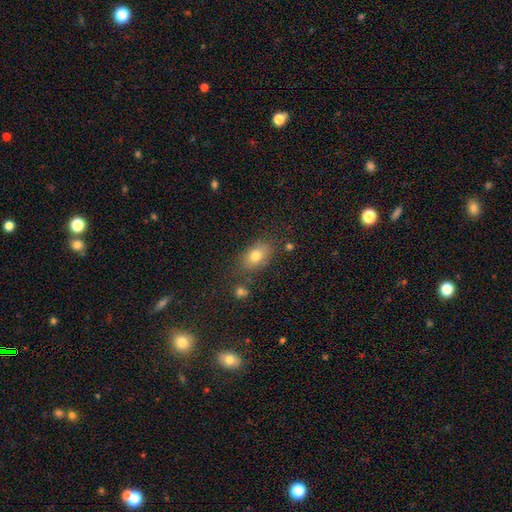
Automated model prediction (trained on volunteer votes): Overall: smooth (77%). How rounded: in between (81%). Merging: none (75%).